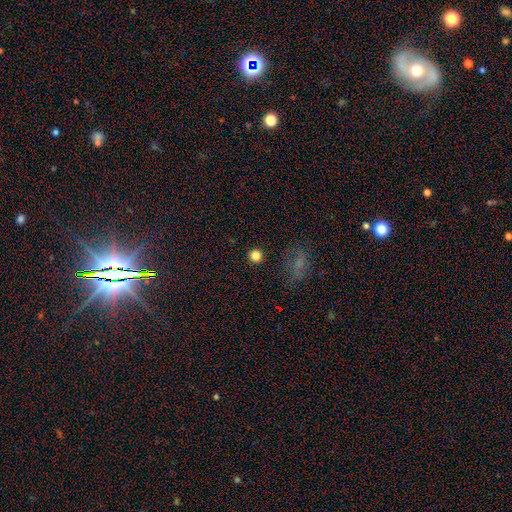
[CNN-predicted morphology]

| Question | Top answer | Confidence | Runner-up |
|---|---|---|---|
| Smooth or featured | smooth | 82% | star or artifact (13%) |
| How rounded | round | 94% | in between (5%) |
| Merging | none | 92% | minor disturbance (5%) |